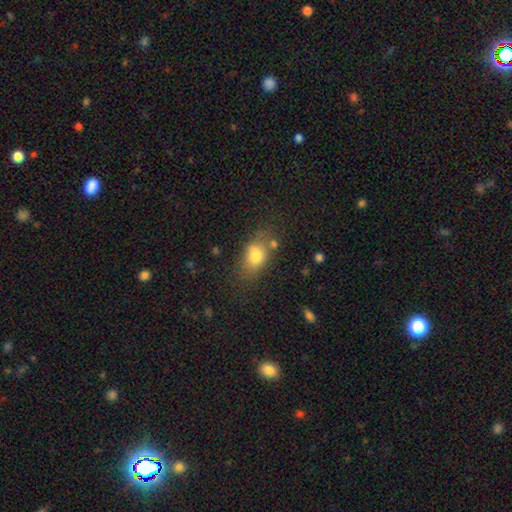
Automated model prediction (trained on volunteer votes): Smooth or featured? smooth (78%)
How rounded? in between (76%)
Merging? none (57%)